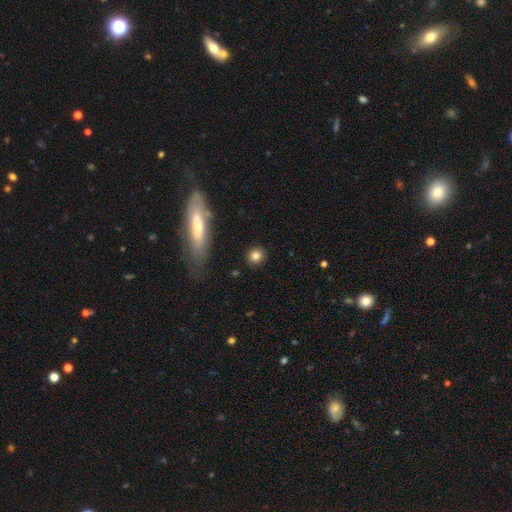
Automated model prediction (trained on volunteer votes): Smooth or featured? Predicted: smooth (p=0.82). How rounded? Predicted: round (p=0.87). Merging? Predicted: none (p=0.89).